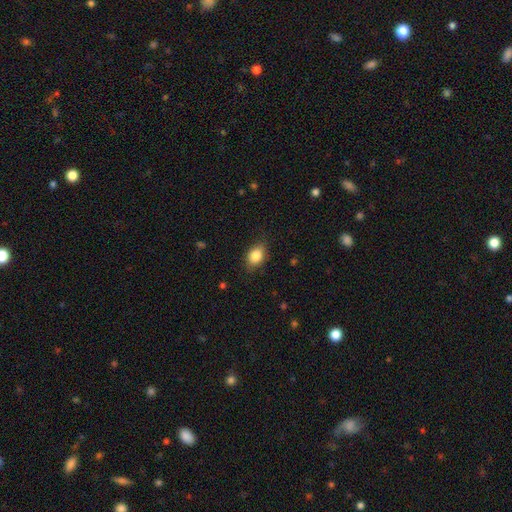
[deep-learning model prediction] smooth_or_featured: smooth (p=0.84) [alt: star or artifact p=0.08]
how_rounded: in between (p=0.75) [alt: round p=0.24]
merging: none (p=0.81) [alt: minor disturbance p=0.15]